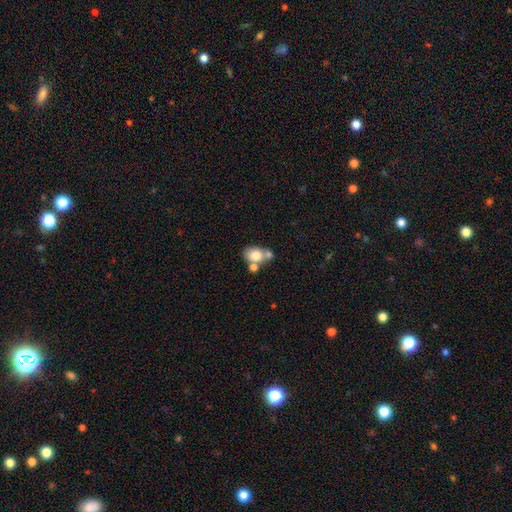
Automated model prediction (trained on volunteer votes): The model was most divided on "merging": none: 44%, merger: 38%, minor disturbance: 12%, major disturbance: 5%. More confident: smooth or featured — smooth (74%); how rounded — in between (58%).